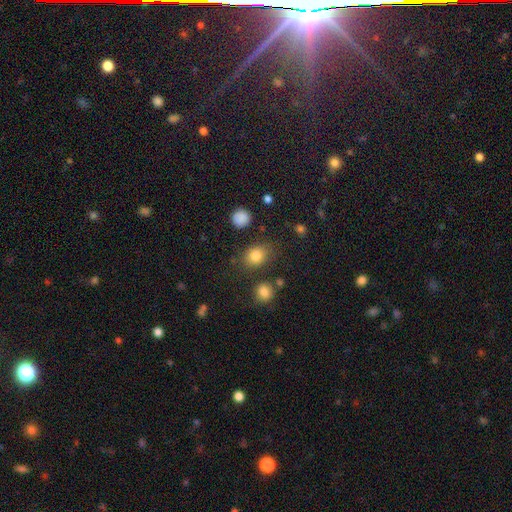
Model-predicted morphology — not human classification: A smooth galaxy with no disk features (82%) that is in between round and cigar-shaped (52%).

Vote fractions:
- Smooth or featured? smooth: 82% / star or artifact: 12% / featured or disk: 7%
- How rounded? in between: 52% / round: 47% / cigar-shaped: 1%
- Merging? none: 78% / minor disturbance: 13% / merger: 5% / major disturbance: 5%